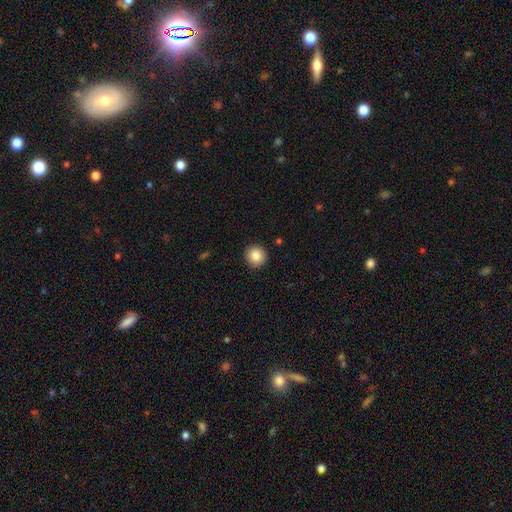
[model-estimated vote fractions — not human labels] smooth 85%, star or artifact 9%, featured or disk 6%. Down the decision tree: how rounded — round (94%); merging — none (92%).